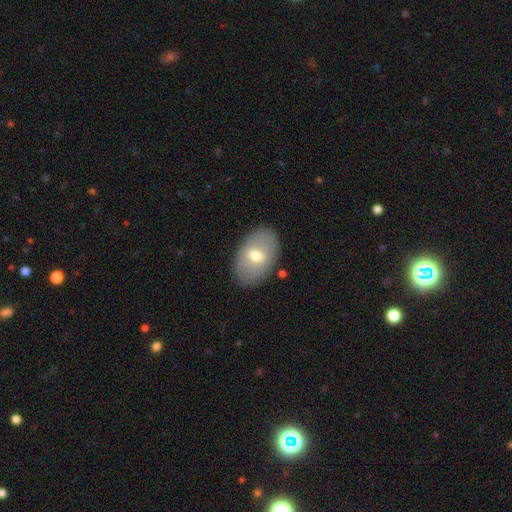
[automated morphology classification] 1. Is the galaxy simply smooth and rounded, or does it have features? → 58% smooth, 34% featured or disk, 7% star or artifact.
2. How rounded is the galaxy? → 89% in between, 9% round, 1% cigar-shaped.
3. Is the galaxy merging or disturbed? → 85% none, 10% minor disturbance, 3% major disturbance, 1% merger.